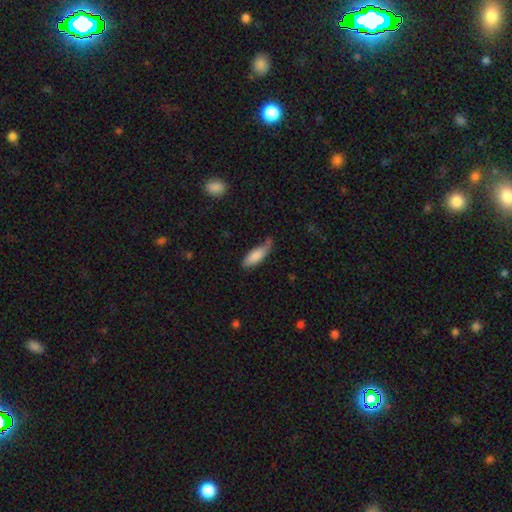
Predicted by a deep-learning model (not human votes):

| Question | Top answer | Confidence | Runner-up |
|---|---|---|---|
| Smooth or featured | smooth | 82% | featured or disk (12%) |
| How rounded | in between | 67% | cigar-shaped (31%) |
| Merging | none | 46% | minor disturbance (39%) |